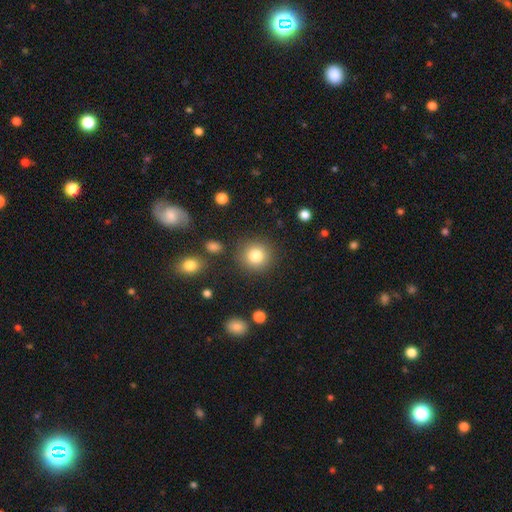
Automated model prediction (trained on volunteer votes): This is clearly a smooth galaxy (81%). How rounded: clearly round (92%). Merging: clearly none (87%).